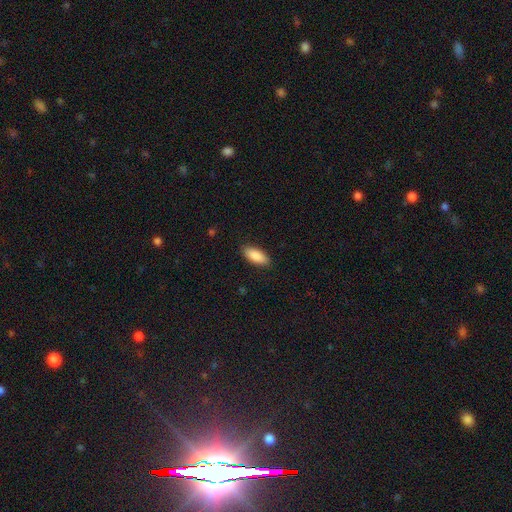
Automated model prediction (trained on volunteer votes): Smooth or featured: smooth — 89% (star or artifact — 6%)
How rounded: in between — 85% (cigar-shaped — 13%)
Merging: none — 87% (minor disturbance — 10%)